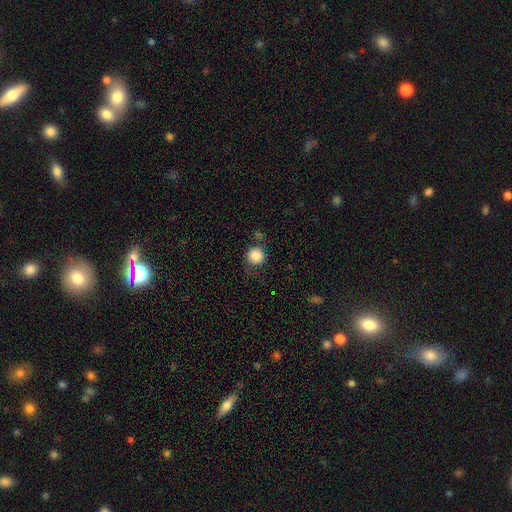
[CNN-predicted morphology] The model was most divided on "merging": none: 74%, minor disturbance: 15%, merger: 6%, major disturbance: 6%. More confident: how rounded — round (93%); smooth or featured — smooth (86%).